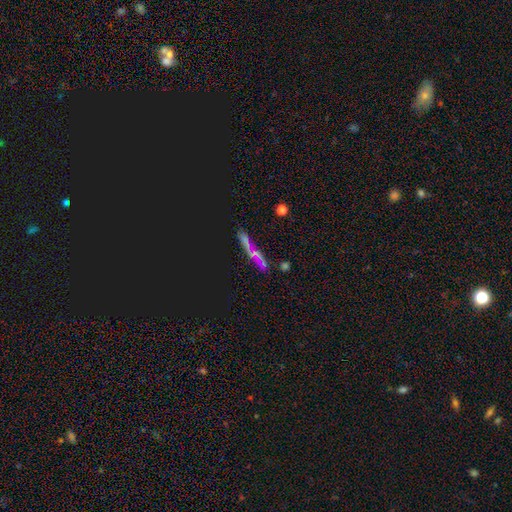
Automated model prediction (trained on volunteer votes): smooth-or-featured: star or artifact: 38% | smooth: 34% | featured or disk: 29%